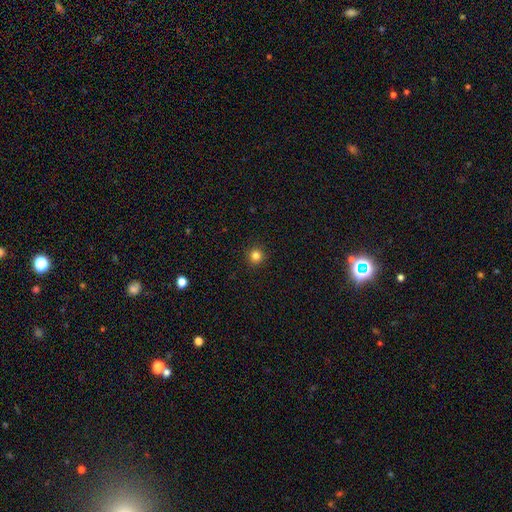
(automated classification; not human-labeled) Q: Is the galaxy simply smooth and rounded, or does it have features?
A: smooth — 83%.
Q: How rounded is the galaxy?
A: round — 95%.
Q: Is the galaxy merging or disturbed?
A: none — 92%.